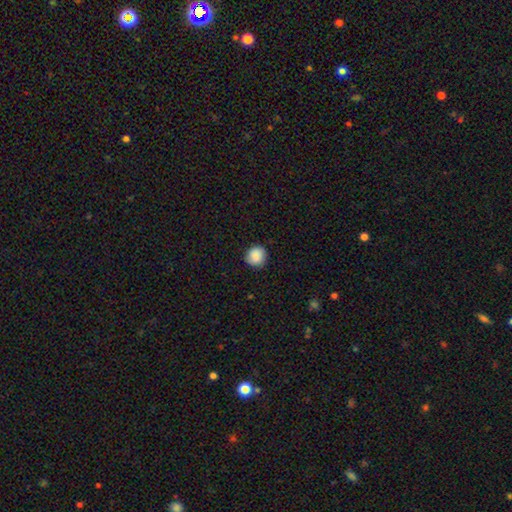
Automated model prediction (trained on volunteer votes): Smooth or featured? smooth (87%)
How rounded? round (89%)
Merging? none (85%)